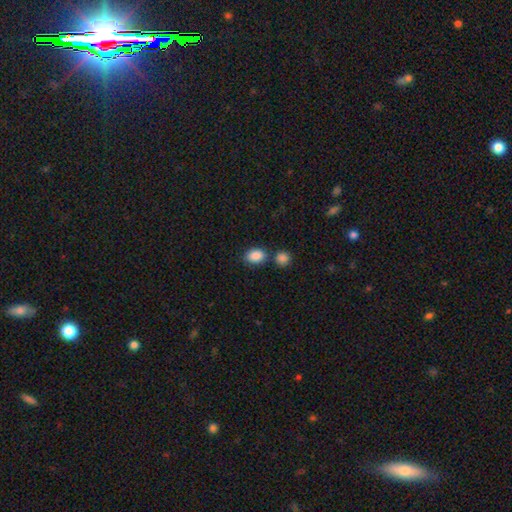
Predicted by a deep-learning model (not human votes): Smooth or featured?
  - smooth: 88% *
  - star or artifact: 8%
  - featured or disk: 4%
How rounded?
  - in between: 76% *
  - round: 23%
  - cigar-shaped: 1%
Merging?
  - none: 66% *
  - merger: 18%
  - minor disturbance: 13%
  - major disturbance: 3%